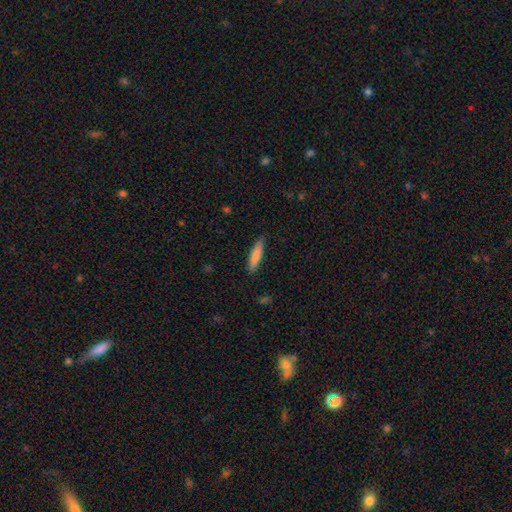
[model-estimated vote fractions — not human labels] The model was most divided on "how rounded": cigar-shaped: 80%, in between: 18%, round: 1%. More confident: merging — none (86%); smooth or featured — smooth (80%).